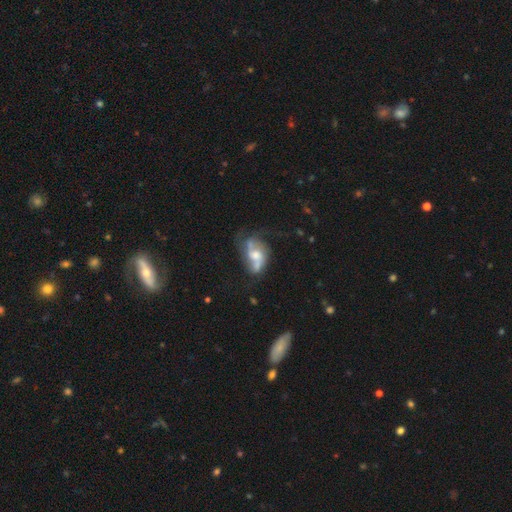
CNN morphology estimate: The model was most divided on "merging": none: 32%, major disturbance: 29%, minor disturbance: 20%, merger: 19%. More confident: edge-on disk — no (96%); bar — no (68%); smooth or featured — featured or disk (61%); spiral arms — yes (57%); bulge size — moderate (52%).